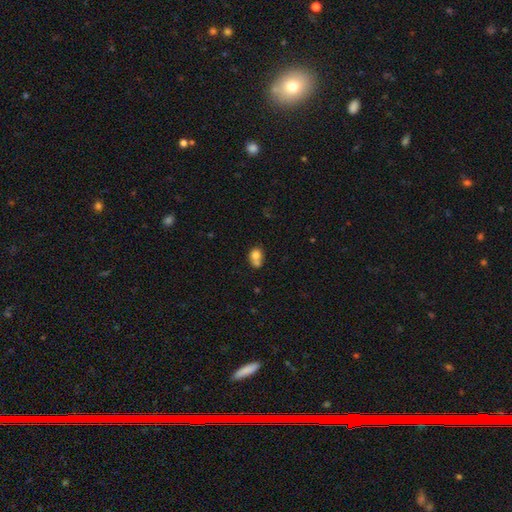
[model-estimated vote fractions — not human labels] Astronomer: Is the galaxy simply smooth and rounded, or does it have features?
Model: smooth — 75%.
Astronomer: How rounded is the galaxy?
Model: round — 64%.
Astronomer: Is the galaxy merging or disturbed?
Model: merger — 54% (runner-up: none, 31%).